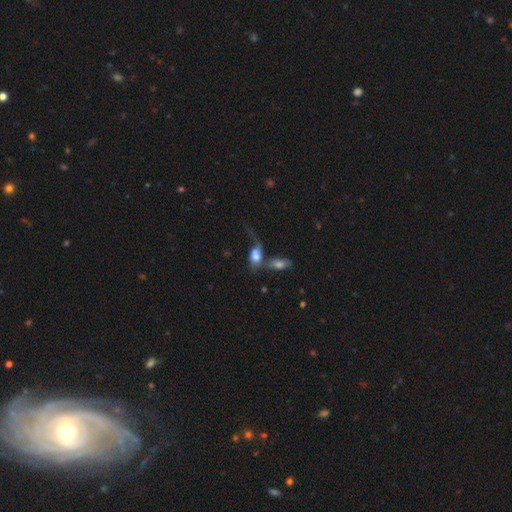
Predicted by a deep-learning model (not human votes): Smooth or featured?
  - smooth: 63% *
  - featured or disk: 28%
  - star or artifact: 9%
How rounded?
  - in between: 80% *
  - round: 15%
  - cigar-shaped: 6%
Merging?
  - merger: 53% *
  - major disturbance: 23%
  - none: 15%
  - minor disturbance: 10%